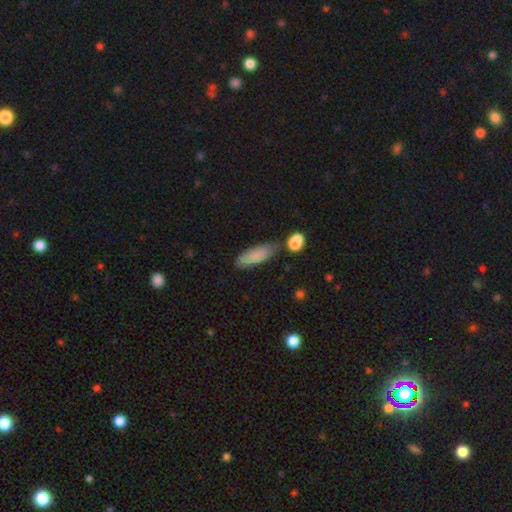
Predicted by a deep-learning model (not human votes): The model was most divided on "how rounded": in between: 61%, cigar-shaped: 37%, round: 2%. More confident: smooth or featured — smooth (82%); merging — none (69%).